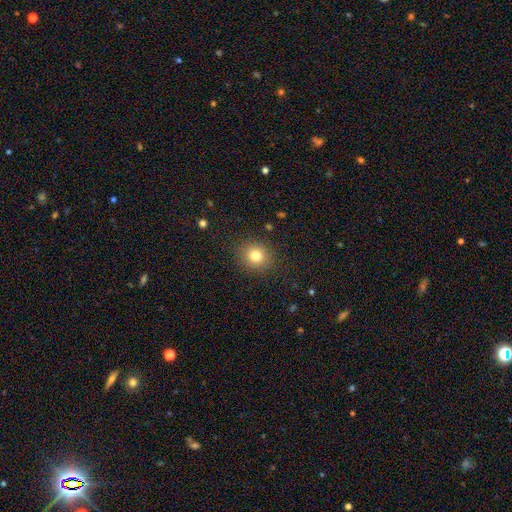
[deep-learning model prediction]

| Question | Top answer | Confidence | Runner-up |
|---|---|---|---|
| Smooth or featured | smooth | 80% | star or artifact (12%) |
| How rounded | round | 84% | in between (15%) |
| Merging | none | 89% | minor disturbance (7%) |